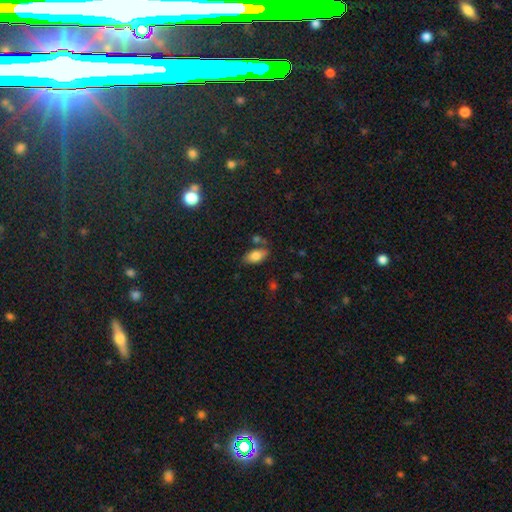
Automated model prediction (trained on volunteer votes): Smooth or featured?
  - smooth: 80% *
  - featured or disk: 12%
  - star or artifact: 8%
How rounded?
  - in between: 91% *
  - round: 4%
  - cigar-shaped: 4%
Merging?
  - none: 69% *
  - minor disturbance: 16%
  - merger: 10%
  - major disturbance: 4%